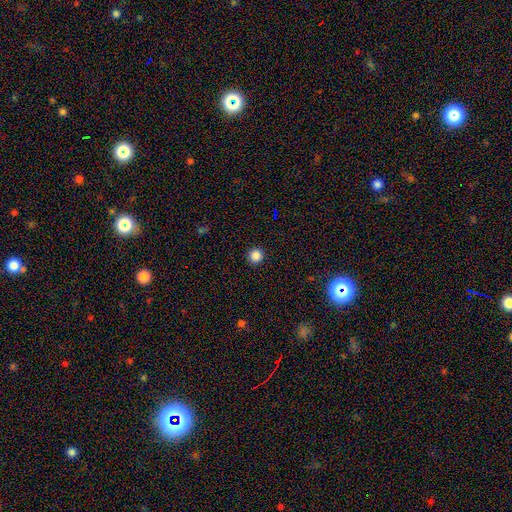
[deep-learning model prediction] Smooth or featured? smooth (85%)
How rounded? round (95%)
Merging? none (92%)